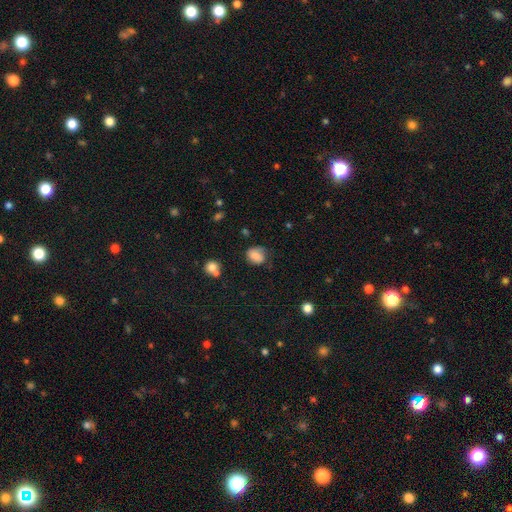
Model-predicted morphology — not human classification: A smooth galaxy with no disk features (77%) that is in between round and cigar-shaped (56%). Merging: none (56%).